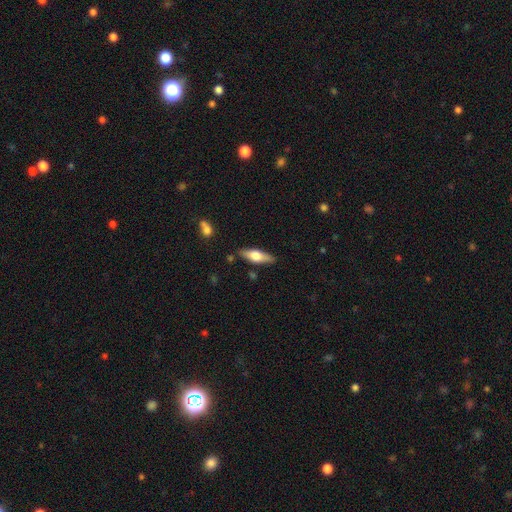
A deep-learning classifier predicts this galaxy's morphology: smooth 49%, featured or disk 45%, star or artifact 6%. Down the decision tree: merging — none (84%).